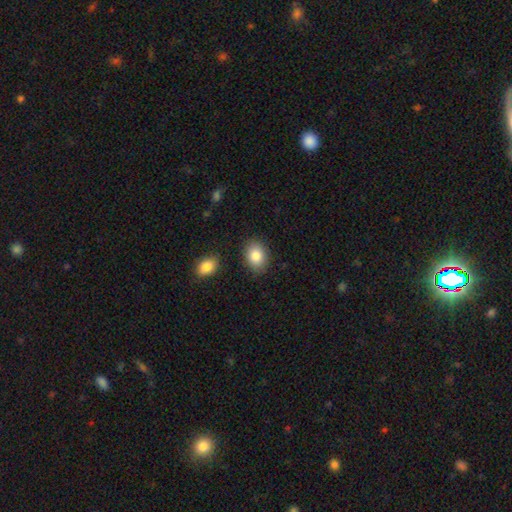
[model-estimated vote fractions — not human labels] A smooth galaxy with no disk features (85%) that is in between round and cigar-shaped (68%).

Vote fractions:
- Smooth or featured? smooth: 85% / star or artifact: 8% / featured or disk: 7%
- How rounded? in between: 68% / round: 31% / cigar-shaped: 1%
- Merging? none: 85% / minor disturbance: 10% / merger: 3% / major disturbance: 3%